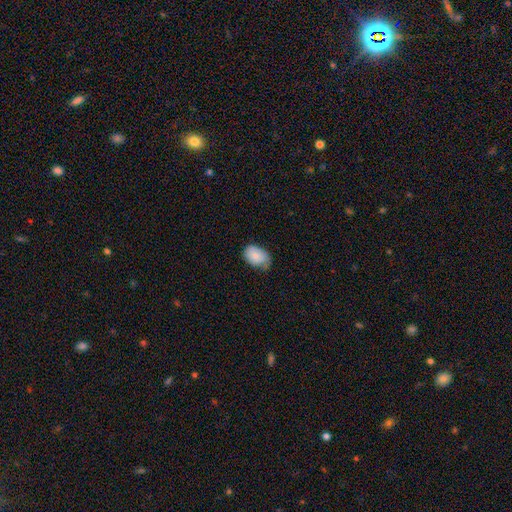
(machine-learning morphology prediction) Smooth or featured: smooth — 84% (featured or disk — 9%)
How rounded: in between — 85% (round — 14%)
Merging: none — 53% (minor disturbance — 38%)